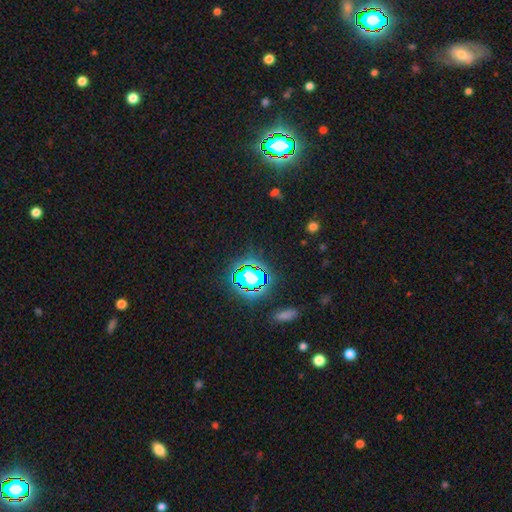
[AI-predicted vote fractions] Q: Smooth or featured?
A: star or artifact (82%); runner-up: smooth (11%)